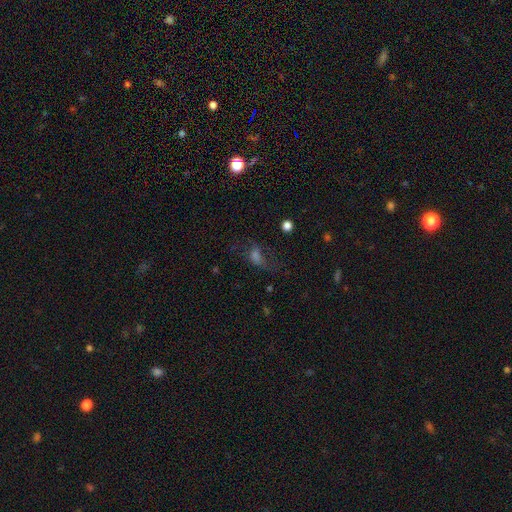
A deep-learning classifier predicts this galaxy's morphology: type=smooth (46%); merging=none (43%).